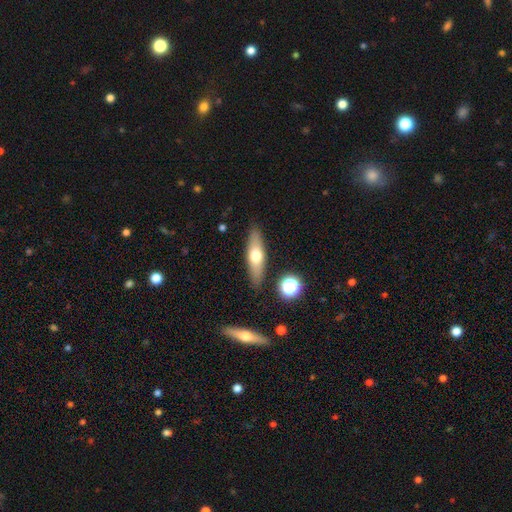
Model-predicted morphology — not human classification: A smooth galaxy with no disk features (54%) that is cigar-shaped (58%). Merging: none (87%).